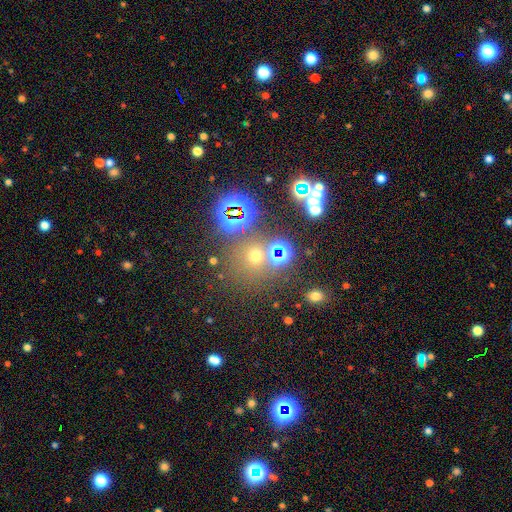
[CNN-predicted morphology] This appears to be a smooth galaxy with no disk features (50%). Merging: none (73%).